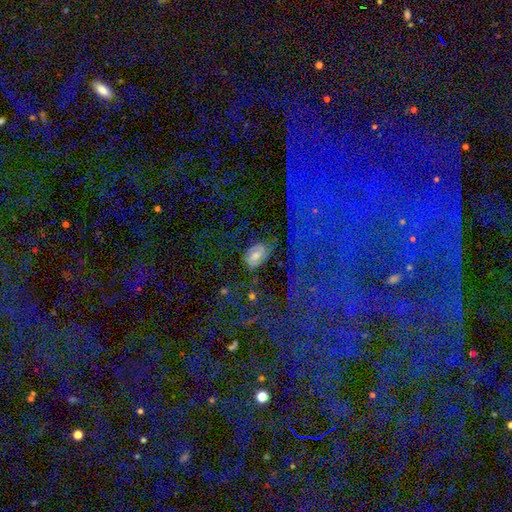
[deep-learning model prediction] Q: Smooth or featured?
A: smooth (49%); runner-up: featured or disk (38%)
Q: Merging?
A: none (72%); runner-up: minor disturbance (18%)